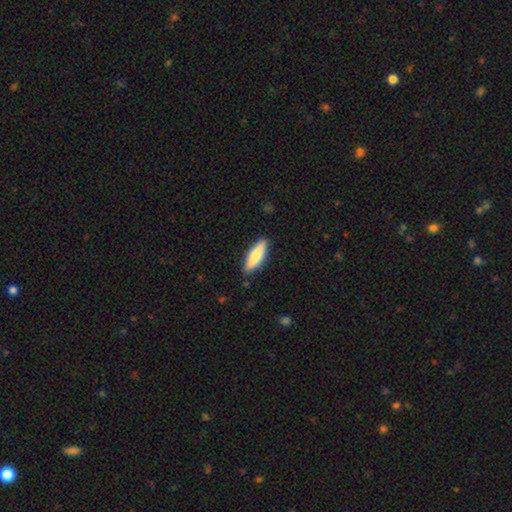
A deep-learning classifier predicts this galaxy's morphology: A smooth galaxy with no disk features (73%) that is cigar-shaped (53%).

Vote fractions:
- Smooth or featured? smooth: 73% / featured or disk: 22% / star or artifact: 5%
- How rounded? cigar-shaped: 53% / in between: 45% / round: 2%
- Merging? none: 87% / minor disturbance: 10% / major disturbance: 2% / merger: 1%